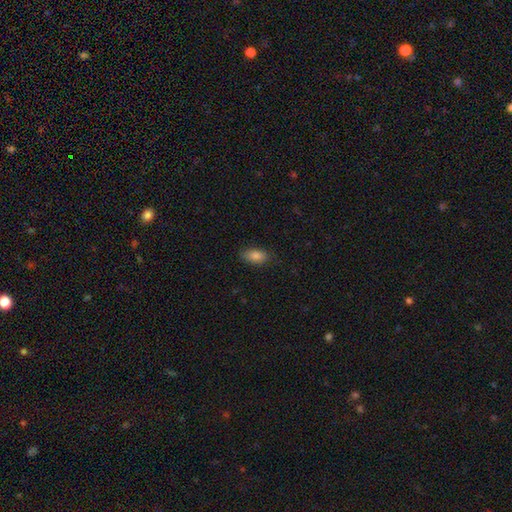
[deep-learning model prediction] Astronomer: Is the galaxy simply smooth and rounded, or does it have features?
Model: smooth — 86%.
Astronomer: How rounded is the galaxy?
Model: in between — 91%.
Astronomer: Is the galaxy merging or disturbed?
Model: none — 82%.